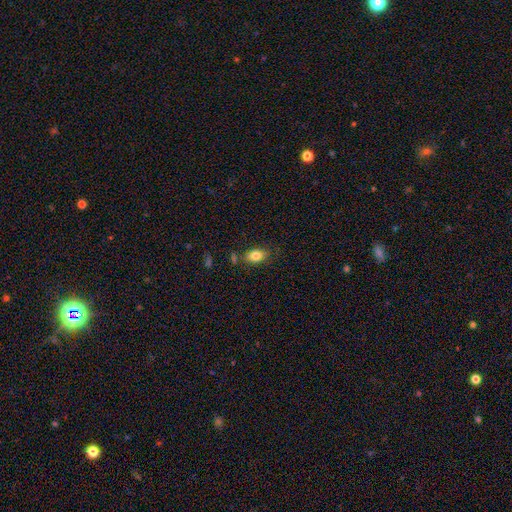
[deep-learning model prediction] Q: Smooth or featured?
A: smooth (82%); runner-up: featured or disk (10%)
Q: How rounded?
A: in between (86%); runner-up: round (12%)
Q: Merging?
A: none (75%); runner-up: minor disturbance (15%)